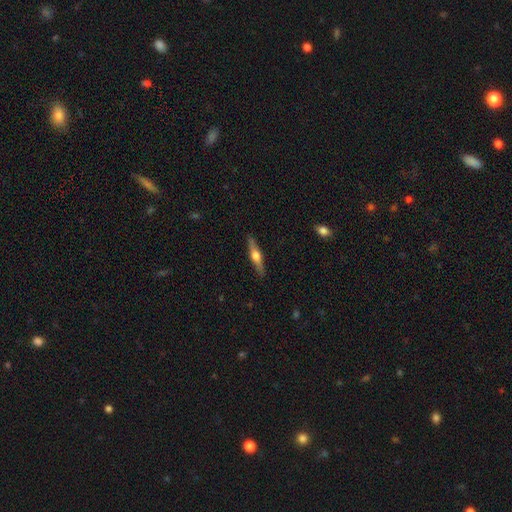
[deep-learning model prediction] A featured or disk galaxy (65%) viewed edge-on (97%) with a rounded central bulge (93%).

Vote fractions:
- Smooth or featured? featured or disk: 65% / smooth: 29% / star or artifact: 6%
- Edge-on disk? yes: 97% / no: 3%
- Edge-on bulge? rounded: 93% / boxy: 4% / none: 2%
- Merging? none: 90% / minor disturbance: 8% / major disturbance: 2% / merger: 1%